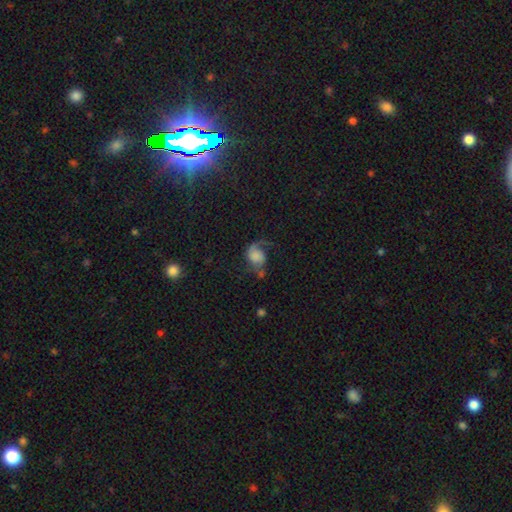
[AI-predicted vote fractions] featured or disk 63%, smooth 28%, star or artifact 10%. Down the decision tree: edge-on disk — no (97%); bar — no (72%); spiral arms — yes (91%); spiral arm count — 2 (66%); spiral winding — loose (61%); bulge size — none (30%); merging — none (41%).